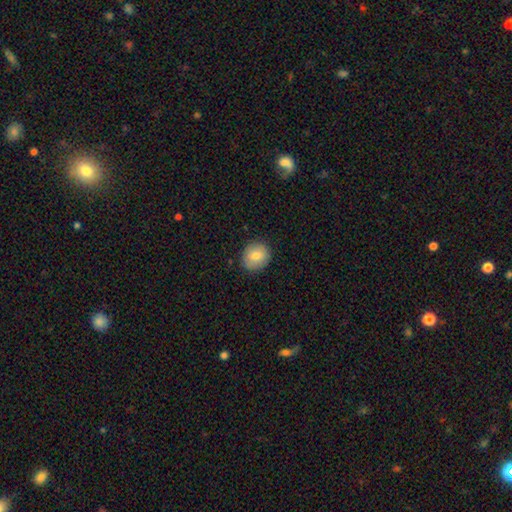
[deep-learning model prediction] Q: Smooth or featured?
A: smooth (79%); runner-up: featured or disk (13%)
Q: How rounded?
A: round (75%); runner-up: in between (24%)
Q: Merging?
A: none (87%); runner-up: minor disturbance (10%)